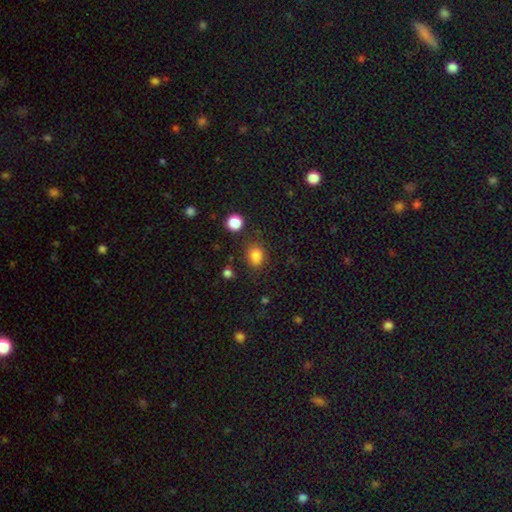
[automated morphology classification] type=smooth (83%); roundness=in between (50%); merging=none (75%).